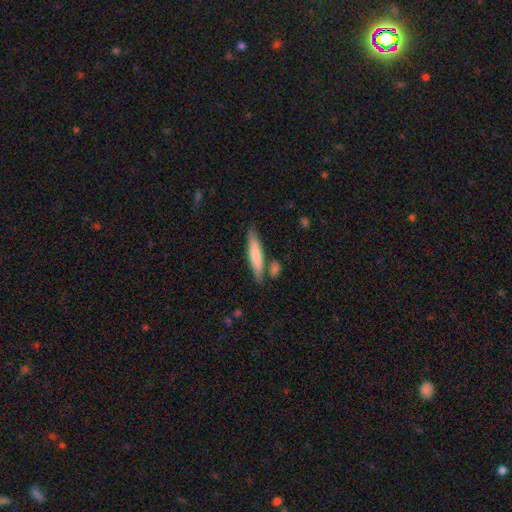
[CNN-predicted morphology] Smooth or featured? Predicted: smooth (p=0.71). How rounded? Predicted: cigar-shaped (p=0.86). Merging? Predicted: none (p=0.76).